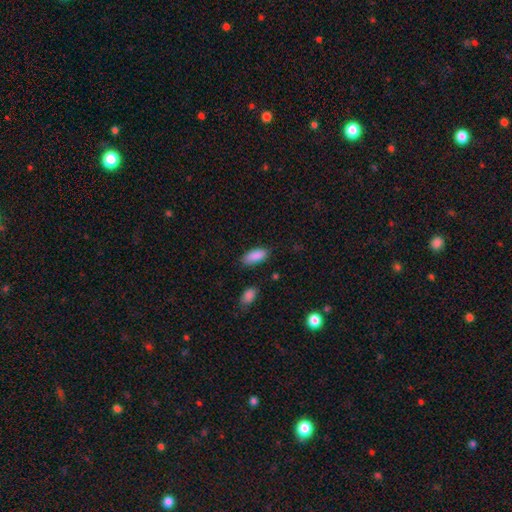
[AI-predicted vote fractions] smooth 89%, star or artifact 7%, featured or disk 4%. Down the decision tree: how rounded — in between (87%); merging — none (80%).